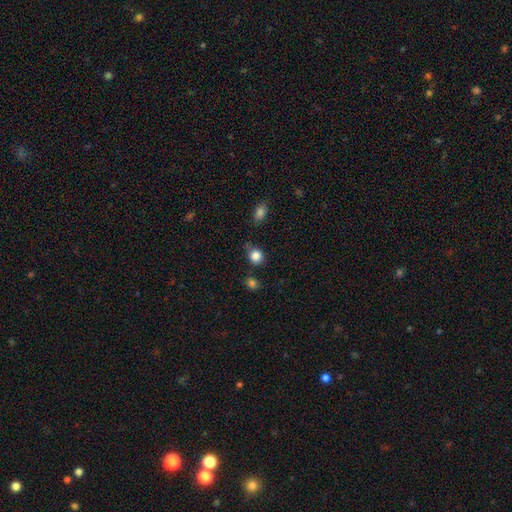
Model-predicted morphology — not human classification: smooth 84%, star or artifact 11%, featured or disk 5%. Down the decision tree: how rounded — round (78%); merging — none (69%).